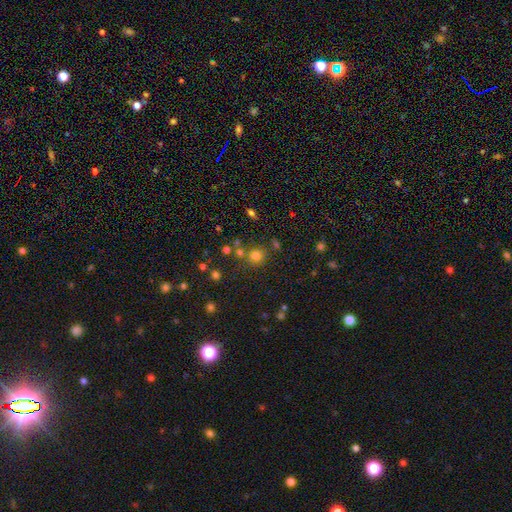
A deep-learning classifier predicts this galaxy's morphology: Smooth or featured: smooth — 74% (star or artifact — 19%)
How rounded: round — 90% (in between — 9%)
Merging: none — 77% (merger — 10%)